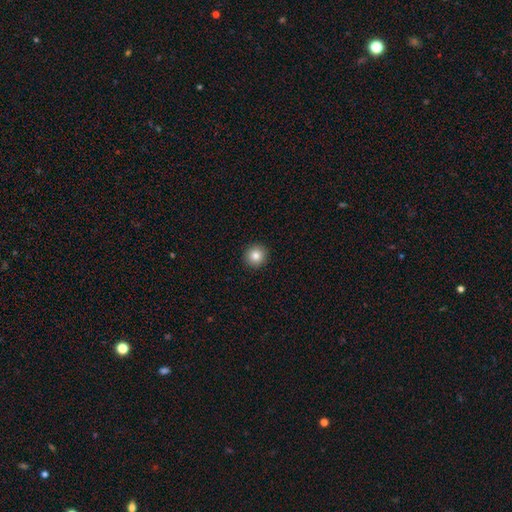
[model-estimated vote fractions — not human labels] Morphology: type=smooth (83%); roundness=round (95%); merging=none (93%).